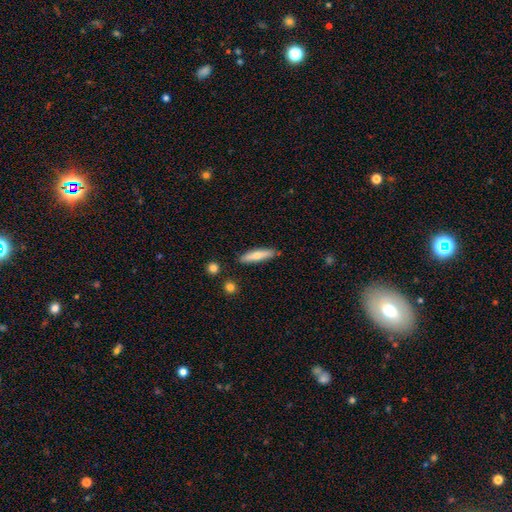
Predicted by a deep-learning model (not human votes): The model was most divided on "smooth or featured": smooth: 63%, featured or disk: 31%, star or artifact: 6%. More confident: merging — none (86%); how rounded — cigar-shaped (81%).